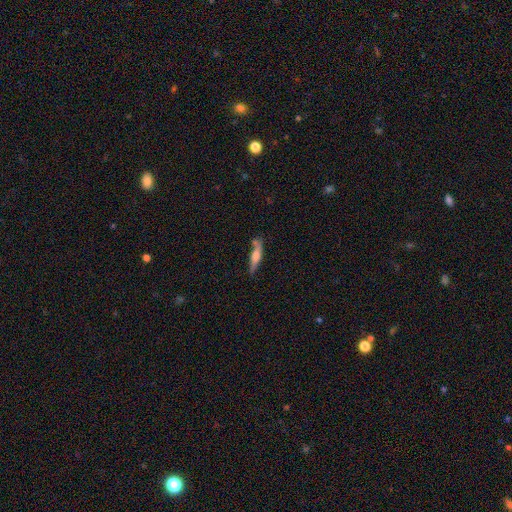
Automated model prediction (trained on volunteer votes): A featured or disk galaxy (52%) viewed edge-on (93%).

Vote fractions:
- Smooth or featured? featured or disk: 52% / smooth: 42% / star or artifact: 6%
- Edge-on disk? yes: 93% / no: 7%
- Merging? none: 72% / minor disturbance: 16% / merger: 8% / major disturbance: 4%